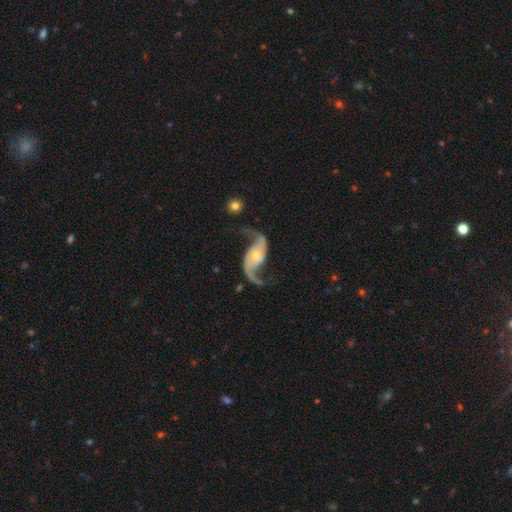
smooth_or_featured: featured or disk (p=1.00)
disk_edge_on: no (p=1.00)
bar: no (p=0.50) [alt: strong p=0.34]
has_spiral_arms: yes (p=0.97) [alt: no p=0.03]
spiral_winding: loose (p=0.84) [alt: medium p=0.14]
spiral_arm_count: 2 (p=0.95) [alt: 1 p=0.05]
bulge_size: moderate (p=0.47) [alt: small p=0.45]
merging: none (p=0.71) [alt: minor disturbance p=0.18]